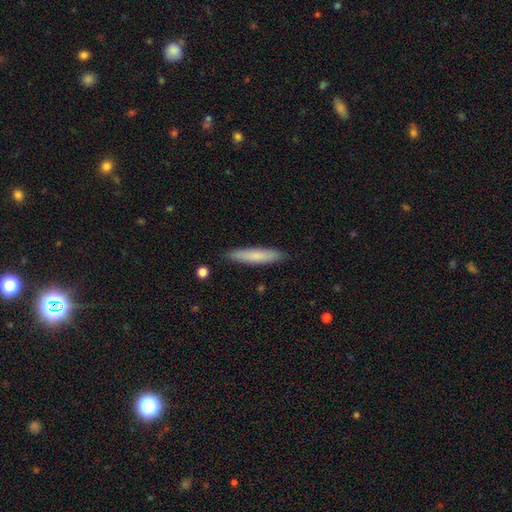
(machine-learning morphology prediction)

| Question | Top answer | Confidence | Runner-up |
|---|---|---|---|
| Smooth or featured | smooth | 76% | featured or disk (18%) |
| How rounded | cigar-shaped | 87% | in between (12%) |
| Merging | none | 88% | minor disturbance (9%) |